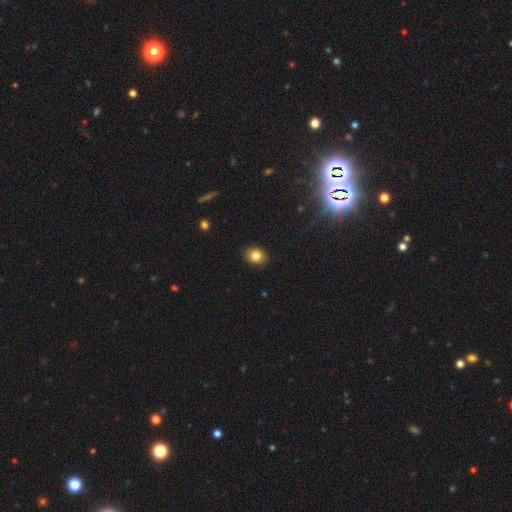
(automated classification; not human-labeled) Q: Smooth or featured?
A: smooth (83%); runner-up: star or artifact (10%)
Q: How rounded?
A: round (52%); runner-up: in between (47%)
Q: Merging?
A: none (89%); runner-up: minor disturbance (8%)